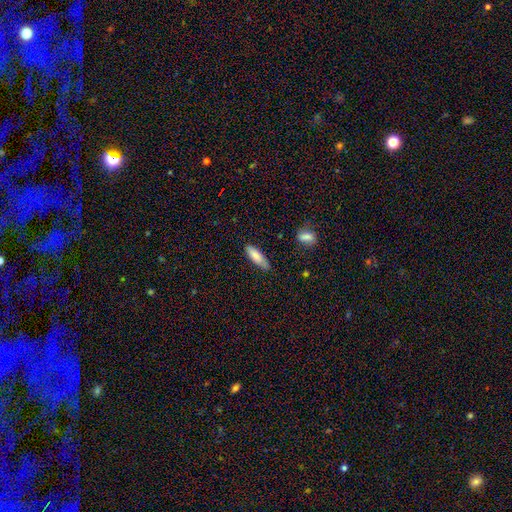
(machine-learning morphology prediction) smooth 81%, featured or disk 13%, star or artifact 6%. Down the decision tree: how rounded — in between (49%, tied with cigar-shaped); merging — none (71%).